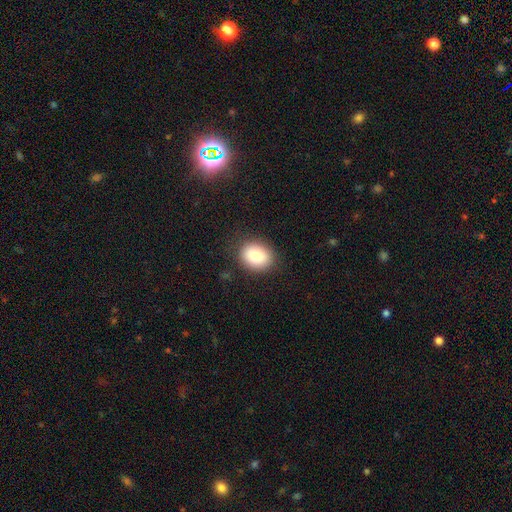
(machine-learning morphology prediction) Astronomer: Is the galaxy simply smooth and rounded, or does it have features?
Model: smooth — 83%.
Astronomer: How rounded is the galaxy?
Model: in between — 50% (runner-up: round, 49%).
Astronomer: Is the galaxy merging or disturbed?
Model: none — 85%.